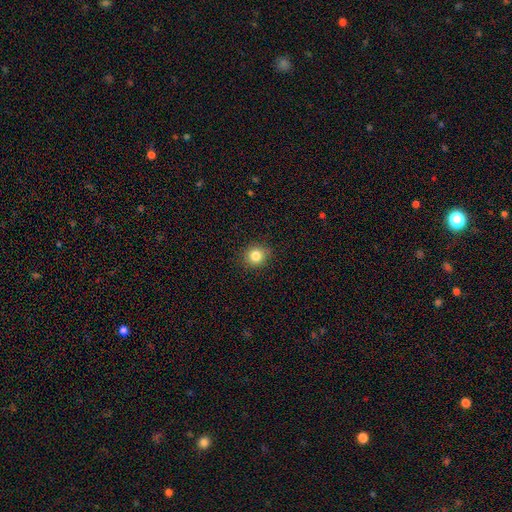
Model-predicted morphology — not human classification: Smooth or featured: smooth — 83% (star or artifact — 11%)
How rounded: round — 87% (in between — 12%)
Merging: none — 89% (minor disturbance — 8%)